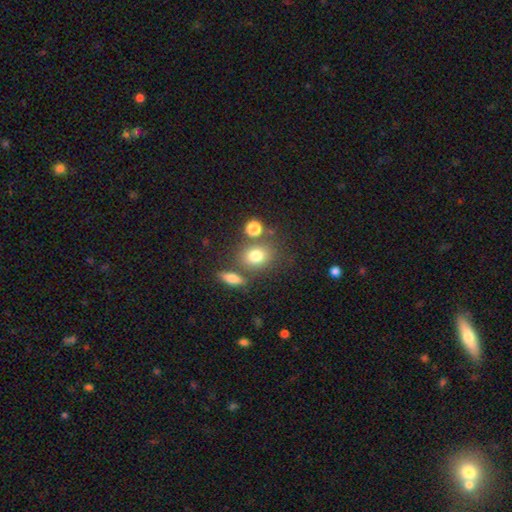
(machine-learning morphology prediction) Smooth or featured? smooth (54%)
How rounded? round (71%)
Merging? none (48%)